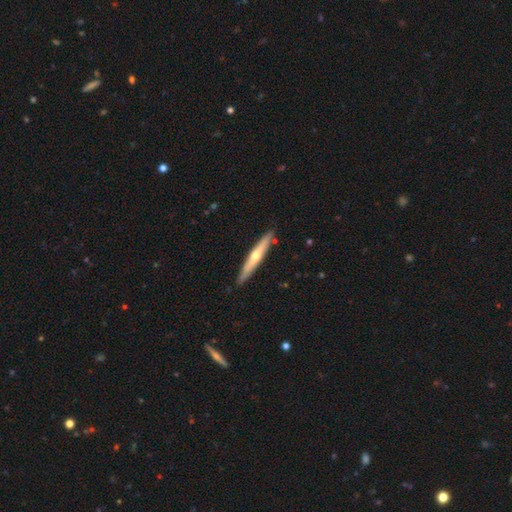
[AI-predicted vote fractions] Smooth or featured: featured or disk — 53% (smooth — 42%)
Edge-on disk: yes — 93% (no — 7%)
Merging: none — 89% (minor disturbance — 8%)